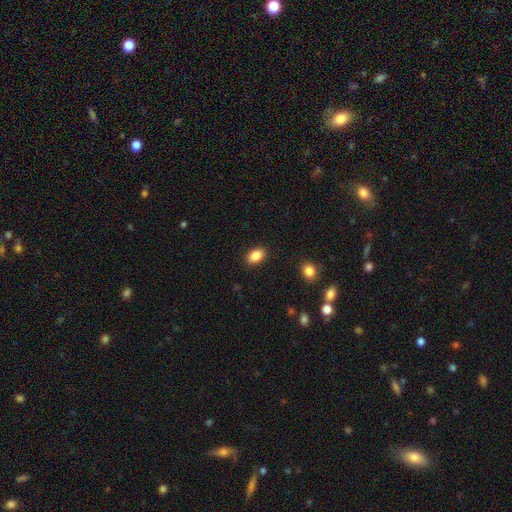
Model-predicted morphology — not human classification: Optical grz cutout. It shows a smooth galaxy with no disk features (87%) that is in between round and cigar-shaped (84%). Merging: none (88%).